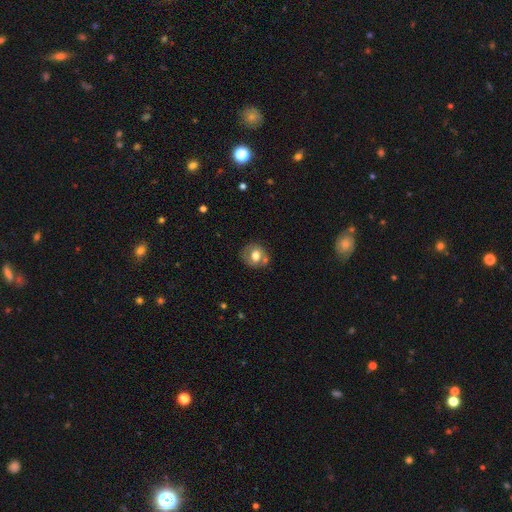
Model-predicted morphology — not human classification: smooth 63%, featured or disk 29%, star or artifact 9%. Down the decision tree: how rounded — round (74%); merging — none (61%).